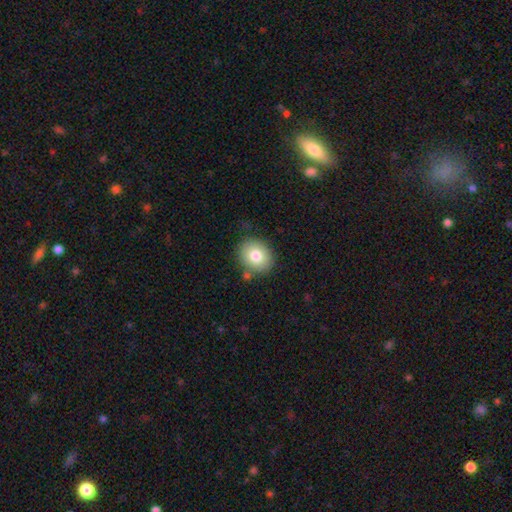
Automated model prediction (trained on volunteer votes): Overall: smooth (79%). How rounded: round (66%; in between 34%). Merging: none (81%).